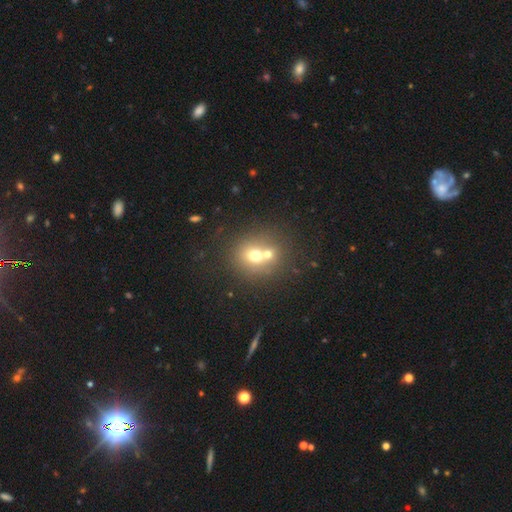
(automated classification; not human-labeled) A smooth galaxy with no disk features (65%) that is round (78%). Merging: merger (45%).